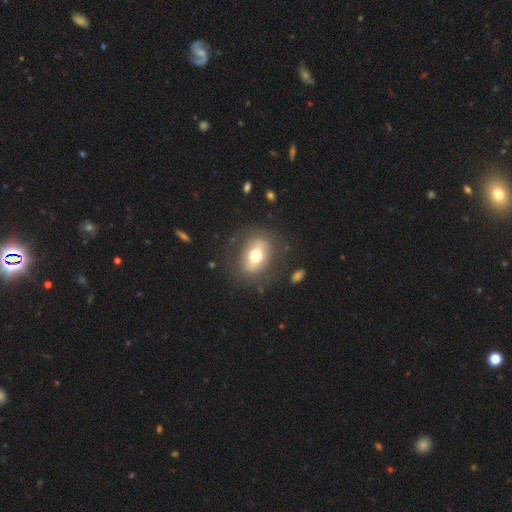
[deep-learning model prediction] This appears to be a smooth galaxy with no disk features (54%) that is in between round and cigar-shaped (69%). Merging: none (82%).